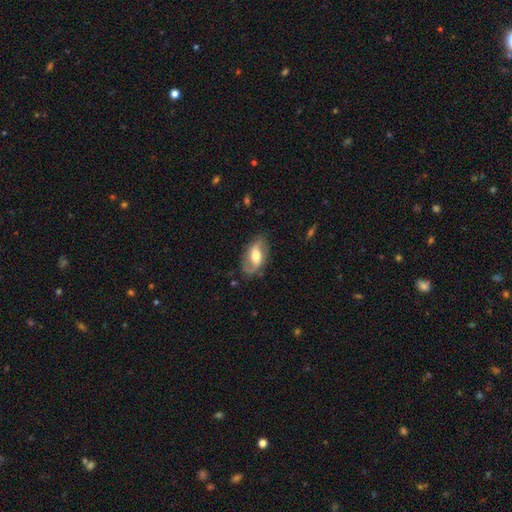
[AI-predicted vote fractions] Q: Smooth or featured?
A: featured or disk (63%); runner-up: smooth (30%)
Q: Edge-on disk?
A: no (92%); runner-up: yes (8%)
Q: Bar?
A: weak (41%); runner-up: no (31%)
Q: Spiral arms?
A: yes (81%); runner-up: no (19%)
Q: Bulge size?
A: moderate (62%); runner-up: large (22%)
Q: Merging?
A: none (74%); runner-up: minor disturbance (18%)